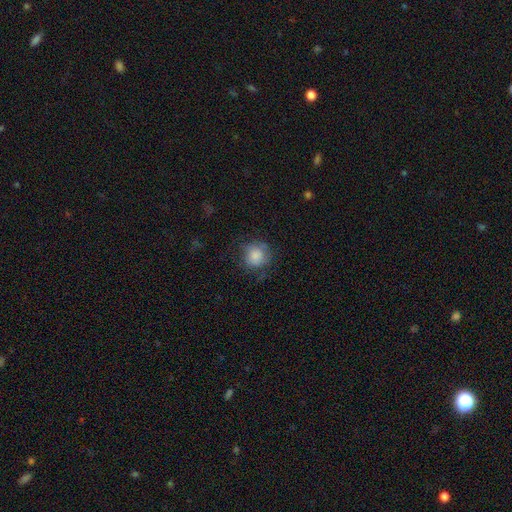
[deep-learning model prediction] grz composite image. It shows a smooth galaxy with no disk features (79%) that is round (89%). Merging: none (66%).